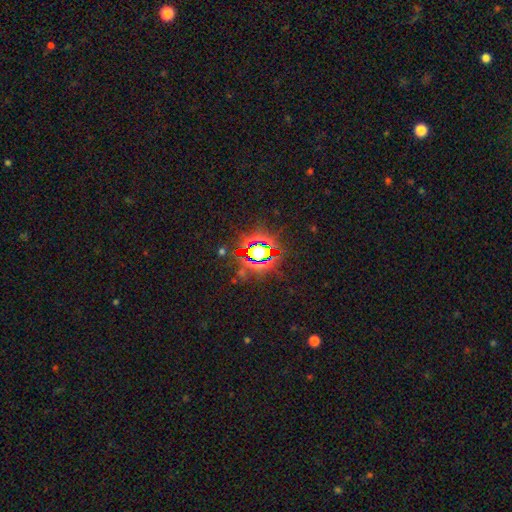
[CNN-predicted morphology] Smooth or featured? star or artifact (73%)